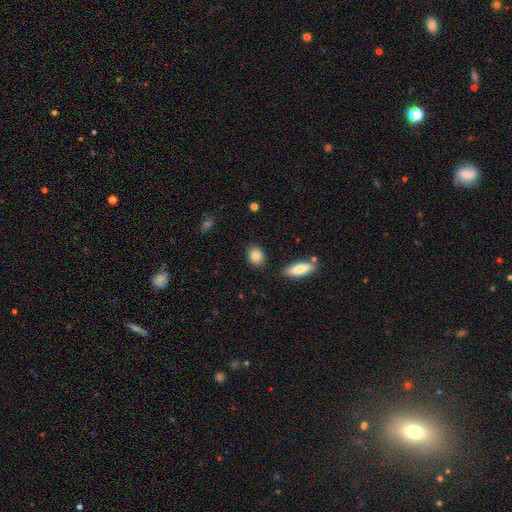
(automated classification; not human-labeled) smooth-or-featured: smooth: 85% | star or artifact: 7% | featured or disk: 7%
  how-rounded: in between: 58% | round: 39% | cigar-shaped: 3%
  merging: none: 86% | minor disturbance: 9% | merger: 3% | major disturbance: 2%